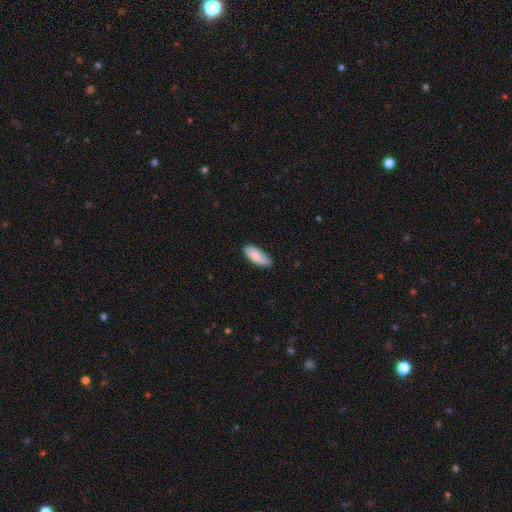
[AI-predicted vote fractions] Smooth or featured: smooth — 79% (featured or disk — 15%)
How rounded: in between — 83% (cigar-shaped — 15%)
Merging: none — 74% (minor disturbance — 22%)